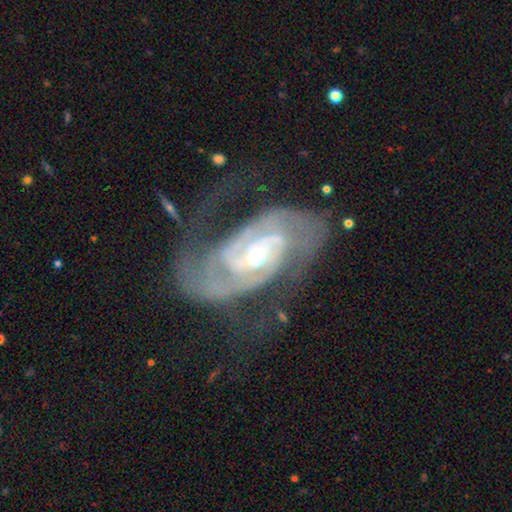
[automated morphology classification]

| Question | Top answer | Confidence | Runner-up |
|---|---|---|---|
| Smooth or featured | featured or disk | 91% | star or artifact (5%) |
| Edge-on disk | no | 96% | yes (4%) |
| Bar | no | 41% | weak (40%) |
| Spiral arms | yes | 98% | no (2%) |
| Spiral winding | tight | 49% | medium (41%) |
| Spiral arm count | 2 | 71% | 3 (11%) |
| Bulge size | small | 53% | moderate (43%) |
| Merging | none | 51% | major disturbance (25%) |